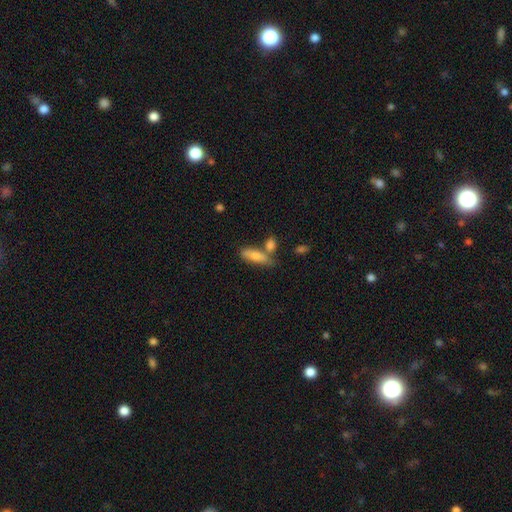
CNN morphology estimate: Q: Smooth or featured?
A: smooth (81%); runner-up: featured or disk (13%)
Q: How rounded?
A: in between (56%); runner-up: cigar-shaped (41%)
Q: Merging?
A: none (50%); runner-up: merger (28%)